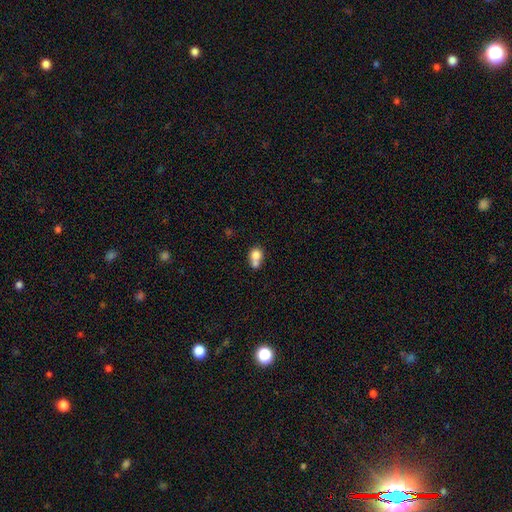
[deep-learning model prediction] The model was most divided on "how rounded": round: 62%, in between: 36%, cigar-shaped: 1%. More confident: smooth or featured — smooth (75%); merging — merger (60%).